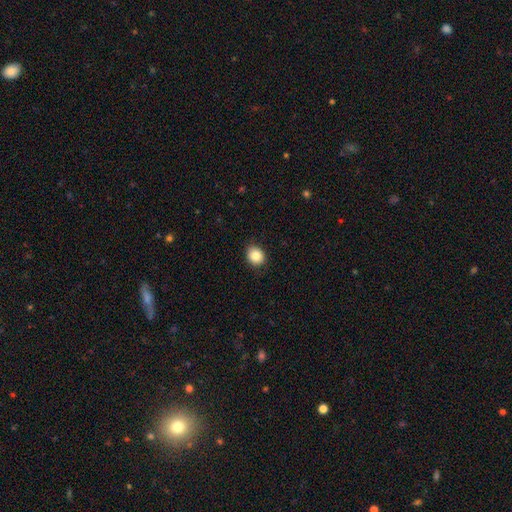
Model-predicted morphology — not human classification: This appears to be a smooth galaxy with no disk features (85%) that is round (60%). Merging: none (87%).